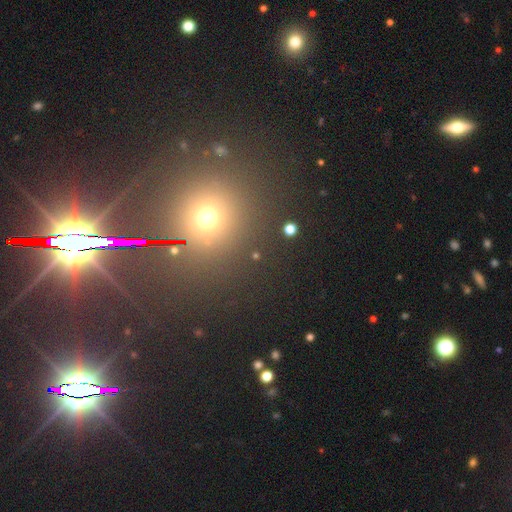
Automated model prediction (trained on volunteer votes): Morphology: type=star or artifact (47%).